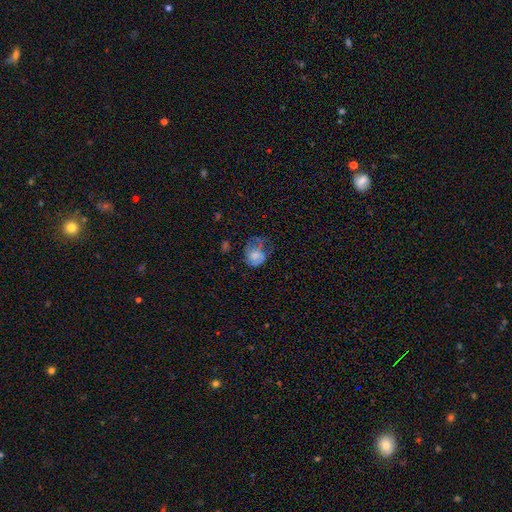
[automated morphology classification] Smooth or featured: smooth — 61% (featured or disk — 30%)
How rounded: round — 54% (in between — 45%)
Merging: major disturbance — 41% (minor disturbance — 30%)